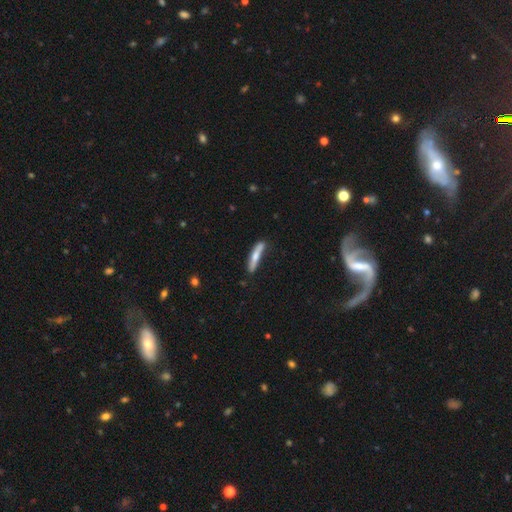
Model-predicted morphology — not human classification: A smooth galaxy with no disk features (60%) that is cigar-shaped (90%).

Vote fractions:
- Smooth or featured? smooth: 60% / featured or disk: 35% / star or artifact: 6%
- How rounded? cigar-shaped: 90% / in between: 8% / round: 1%
- Merging? none: 73% / minor disturbance: 19% / merger: 4% / major disturbance: 4%